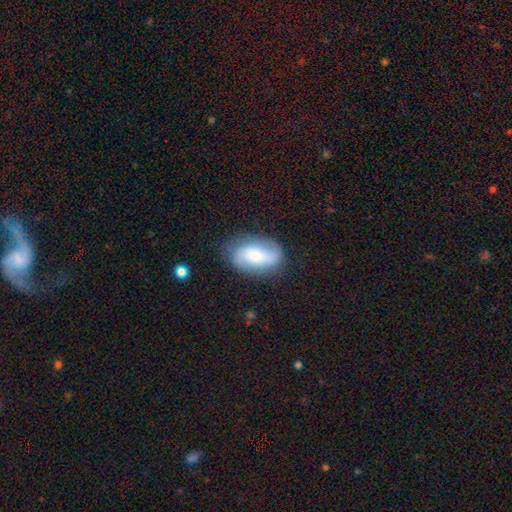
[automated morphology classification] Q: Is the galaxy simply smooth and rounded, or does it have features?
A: featured or disk — 58%.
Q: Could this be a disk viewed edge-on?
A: no — 96%.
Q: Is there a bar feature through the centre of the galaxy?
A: no — 48%.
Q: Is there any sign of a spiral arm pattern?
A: yes — 90%.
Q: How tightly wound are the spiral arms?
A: medium — 41%.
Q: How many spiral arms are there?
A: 2 — 87%.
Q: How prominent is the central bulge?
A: moderate — 35%.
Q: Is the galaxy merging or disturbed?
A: none — 74%.